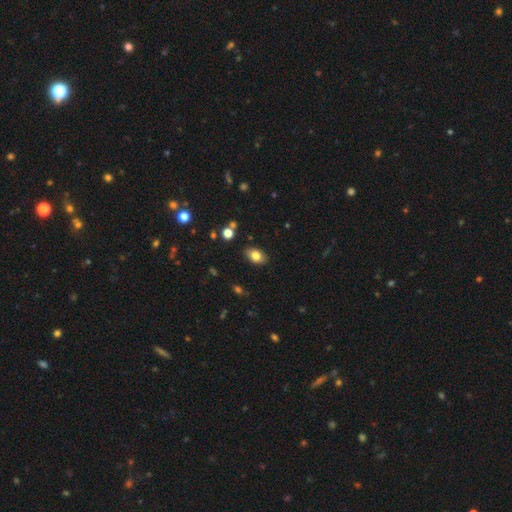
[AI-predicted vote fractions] This appears to be a smooth galaxy with no disk features (80%) that is in between round and cigar-shaped (86%). Merging: none (86%).